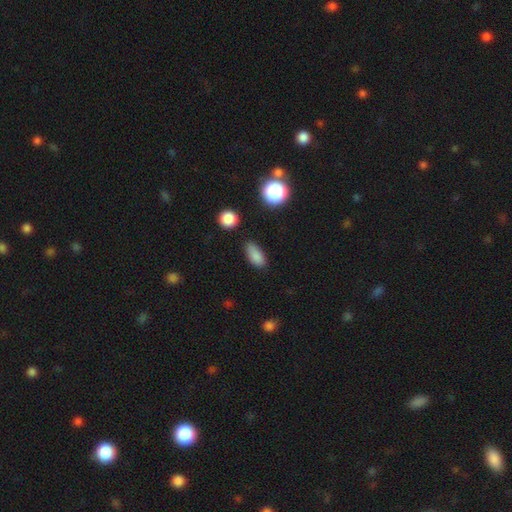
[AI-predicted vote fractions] A smooth galaxy with no disk features (84%) that is in between round and cigar-shaped (84%). Merging: none (77%).